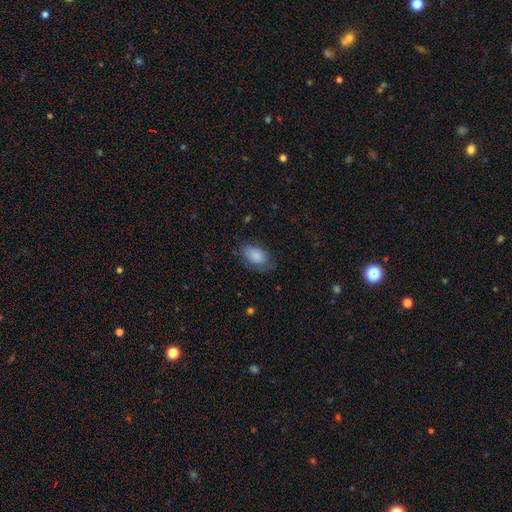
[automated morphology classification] A smooth galaxy with no disk features (83%) that is in between round and cigar-shaped (90%). Merging: none (68%).